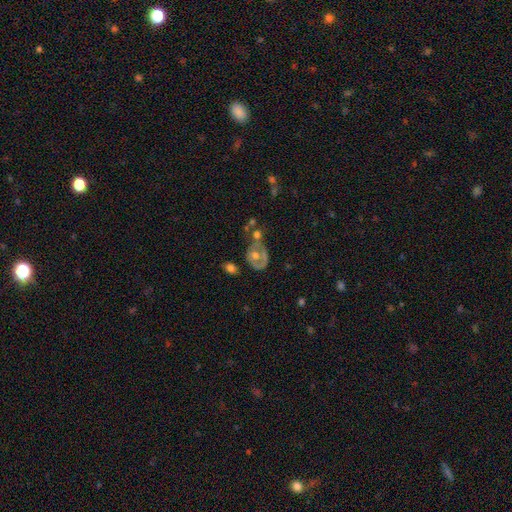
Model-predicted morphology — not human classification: A featured or disk galaxy (62%) with no bar (87%), no spiral arms (66%) and a moderate central bulge (70%). Merging: none (37%).